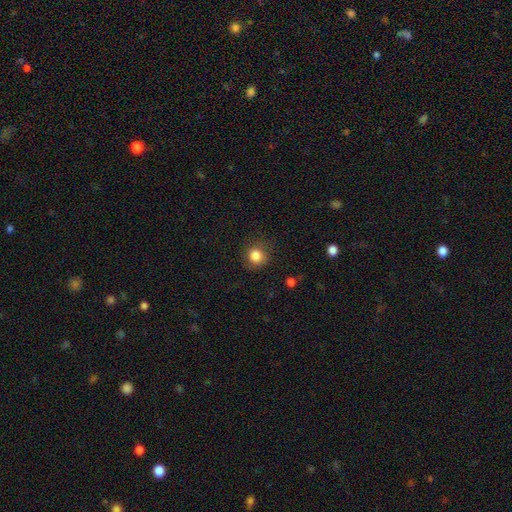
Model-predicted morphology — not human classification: Smooth or featured?
  - smooth: 84% *
  - star or artifact: 11%
  - featured or disk: 5%
How rounded?
  - round: 85% *
  - in between: 14%
  - cigar-shaped: 1%
Merging?
  - none: 83% *
  - minor disturbance: 12%
  - major disturbance: 4%
  - merger: 1%